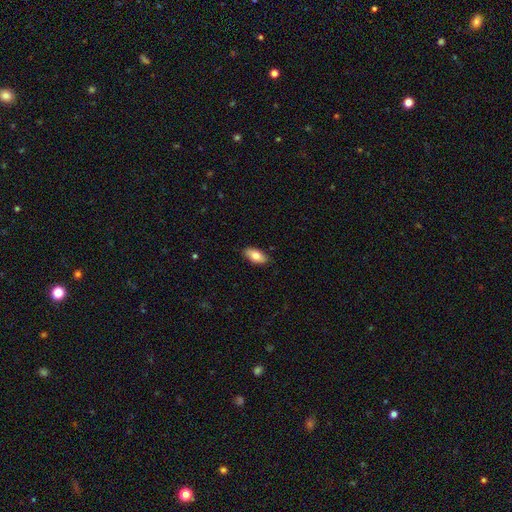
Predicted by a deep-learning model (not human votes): Smooth or featured?
  - smooth: 79% *
  - featured or disk: 15%
  - star or artifact: 6%
How rounded?
  - in between: 90% *
  - cigar-shaped: 7%
  - round: 3%
Merging?
  - none: 87% *
  - minor disturbance: 10%
  - major disturbance: 2%
  - merger: 1%